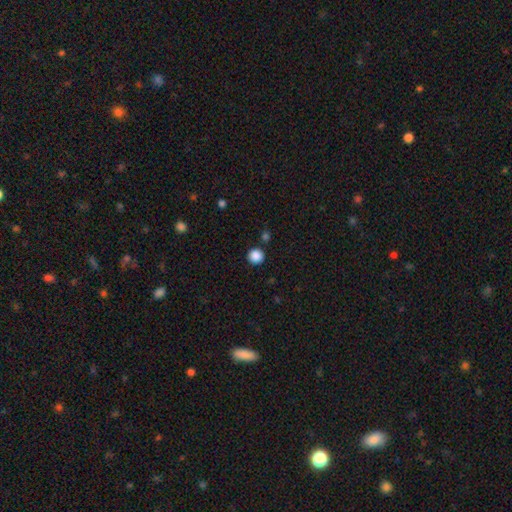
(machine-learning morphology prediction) Smooth or featured: smooth — 88% (star or artifact — 10%)
How rounded: round — 94% (in between — 5%)
Merging: none — 89% (minor disturbance — 6%)